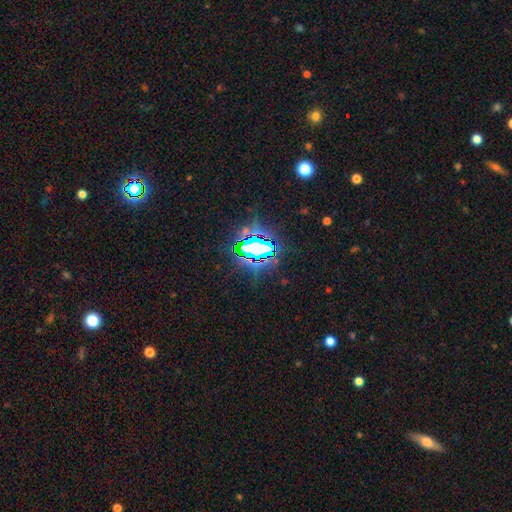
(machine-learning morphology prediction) This is likely a star or artifact rather than a galaxy (74%).